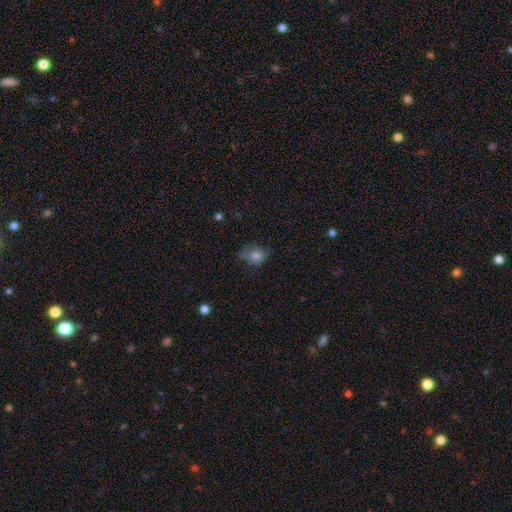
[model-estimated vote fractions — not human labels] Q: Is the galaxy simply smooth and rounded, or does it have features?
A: smooth — 74%.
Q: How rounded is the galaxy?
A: round — 50%.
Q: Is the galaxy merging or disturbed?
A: none — 45%.